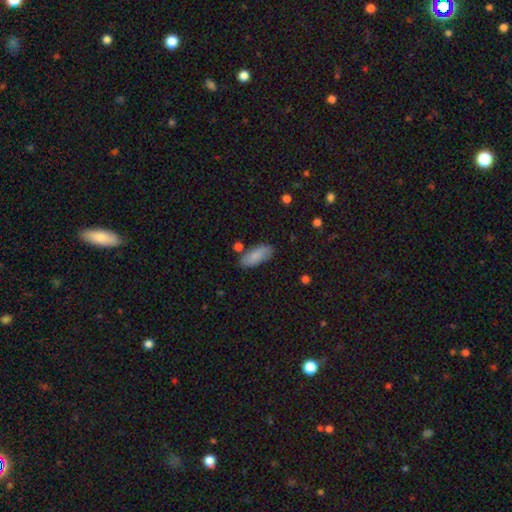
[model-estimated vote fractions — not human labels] Smooth or featured?
  - smooth: 85% *
  - featured or disk: 9%
  - star or artifact: 6%
How rounded?
  - in between: 82% *
  - cigar-shaped: 16%
  - round: 2%
Merging?
  - none: 78% *
  - minor disturbance: 14%
  - merger: 5%
  - major disturbance: 3%